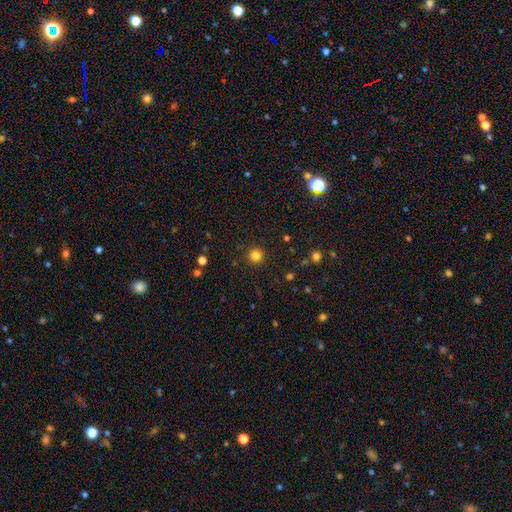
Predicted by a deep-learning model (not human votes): smooth 81%, star or artifact 14%, featured or disk 5%. Down the decision tree: how rounded — round (95%); merging — none (92%).